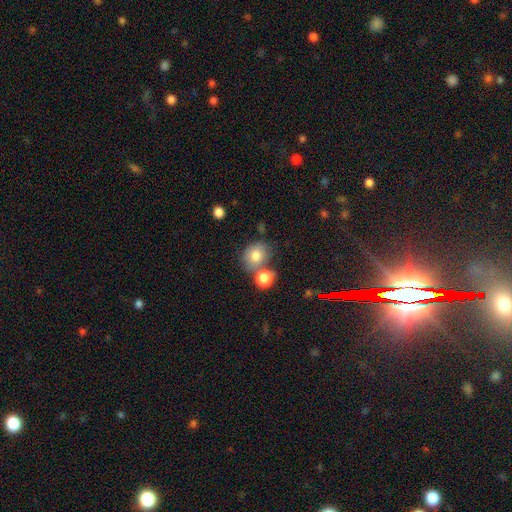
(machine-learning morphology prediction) smooth 78%, featured or disk 12%, star or artifact 10%. Down the decision tree: how rounded — round (63%); merging — none (52%).